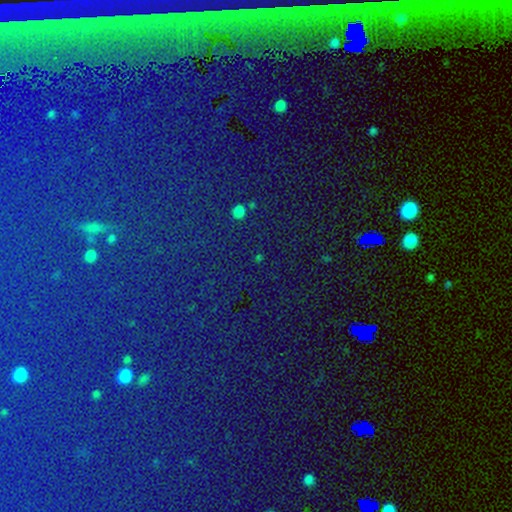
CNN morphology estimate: This appears to be a star or artifact, not a galaxy (80%).